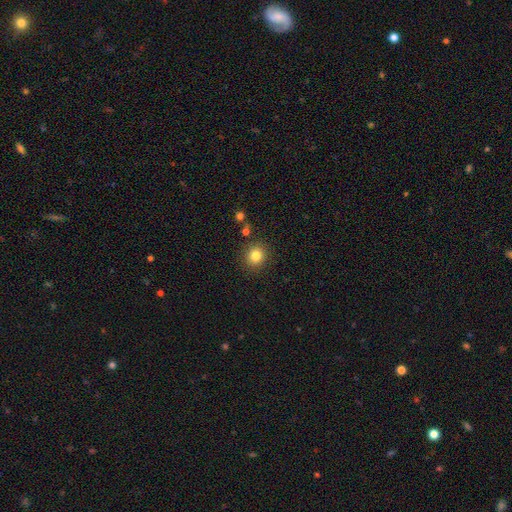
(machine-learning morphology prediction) This is clearly a smooth galaxy (82%). How rounded: clearly round (88%). Merging: clearly none (88%).